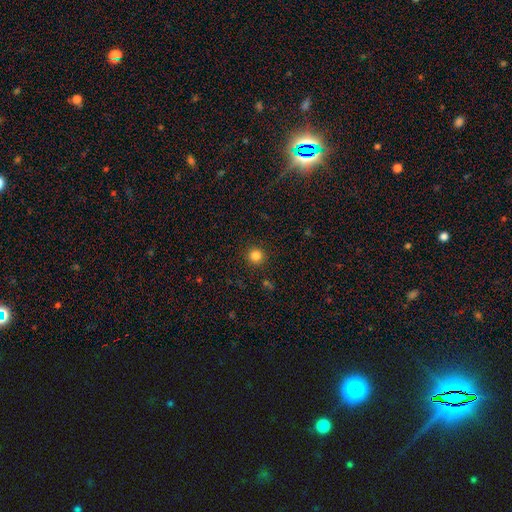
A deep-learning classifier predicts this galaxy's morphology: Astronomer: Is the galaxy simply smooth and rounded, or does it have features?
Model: smooth — 83%.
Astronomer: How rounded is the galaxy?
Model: round — 95%.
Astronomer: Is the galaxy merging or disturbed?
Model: none — 92%.